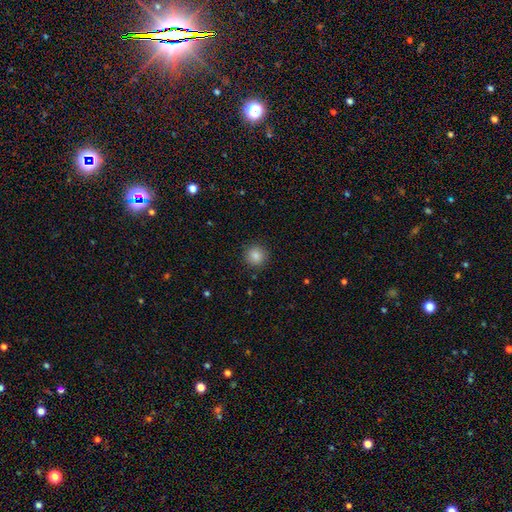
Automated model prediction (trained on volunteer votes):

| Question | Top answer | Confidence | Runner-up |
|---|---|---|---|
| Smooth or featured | smooth | 85% | star or artifact (10%) |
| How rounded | round | 93% | in between (6%) |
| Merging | none | 90% | minor disturbance (7%) |